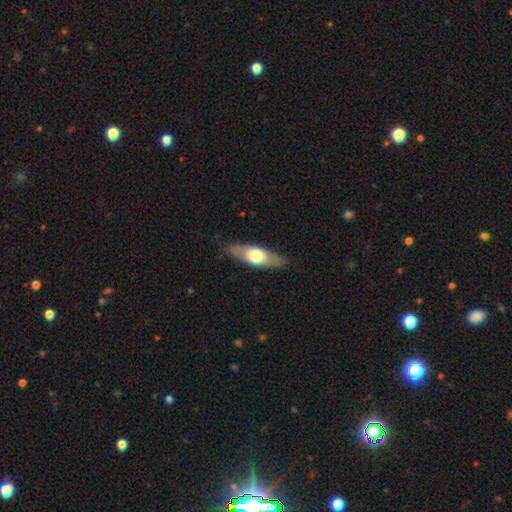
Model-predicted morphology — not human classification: This appears to be a smooth galaxy with no disk features (53%) that is in between round and cigar-shaped (61%). Merging: none (84%).